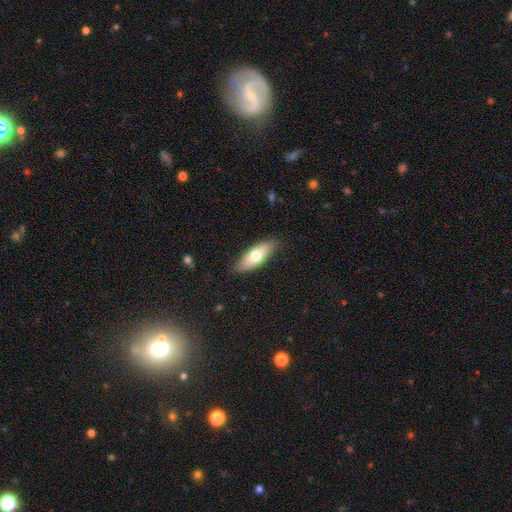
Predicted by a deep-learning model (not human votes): Smooth or featured: smooth — 70% (featured or disk — 25%)
How rounded: in between — 68% (cigar-shaped — 29%)
Merging: none — 84% (minor disturbance — 12%)